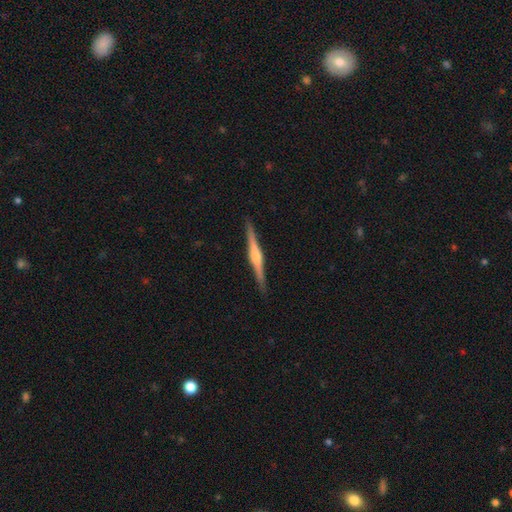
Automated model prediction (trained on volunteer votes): featured or disk 79%, smooth 16%, star or artifact 5%. Down the decision tree: edge-on disk — yes (98%); edge-on bulge — rounded (81%); merging — none (91%).